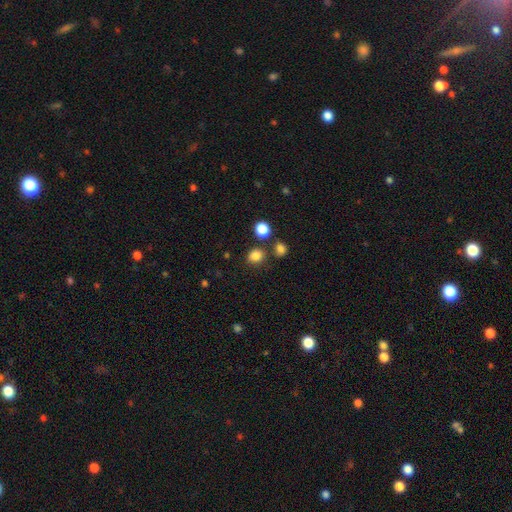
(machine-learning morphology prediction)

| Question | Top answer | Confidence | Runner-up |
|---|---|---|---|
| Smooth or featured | smooth | 83% | star or artifact (13%) |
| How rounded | round | 72% | in between (27%) |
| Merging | none | 76% | merger (11%) |